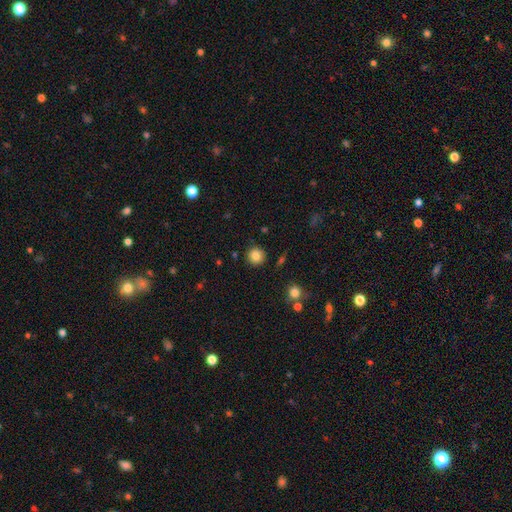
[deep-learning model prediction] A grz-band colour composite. It shows a smooth galaxy with no disk features (84%) that is round (92%). Merging: none (89%).